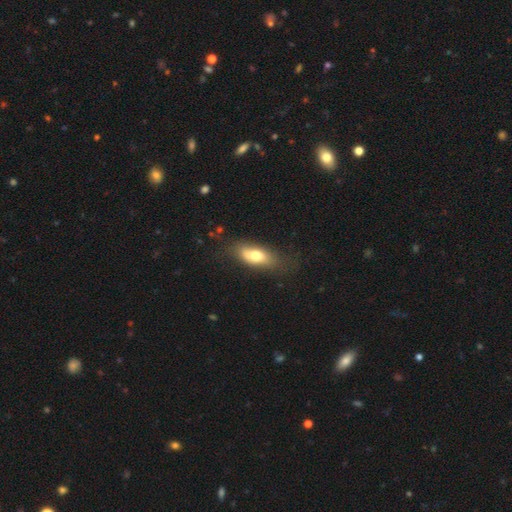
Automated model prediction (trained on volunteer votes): A smooth galaxy with no disk features (66%) that is in between round and cigar-shaped (79%). Merging: none (68%).